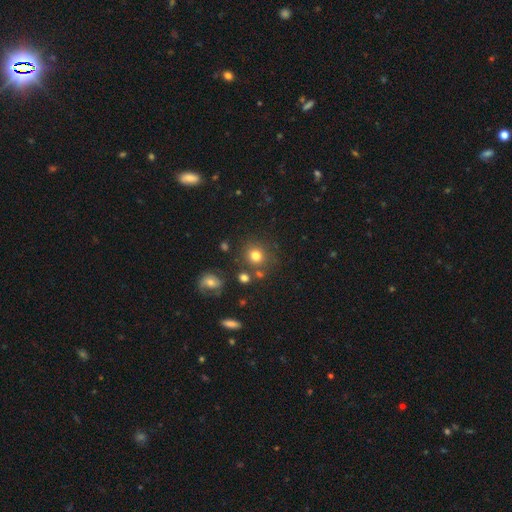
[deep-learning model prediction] A smooth galaxy with no disk features (77%) that is round (86%).

Vote fractions:
- Smooth or featured? smooth: 77% / star or artifact: 14% / featured or disk: 9%
- How rounded? round: 86% / in between: 13% / cigar-shaped: 1%
- Merging? none: 76% / minor disturbance: 11% / merger: 9% / major disturbance: 5%